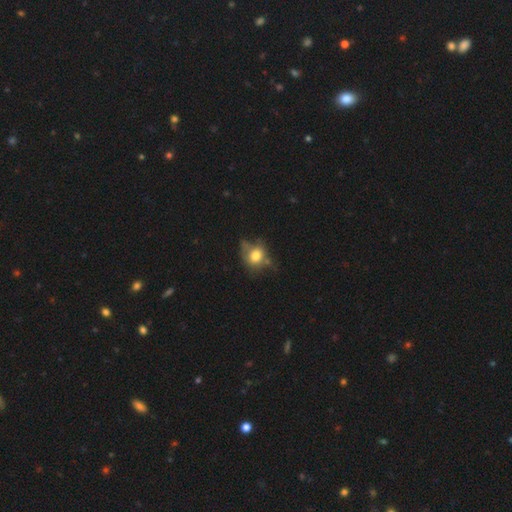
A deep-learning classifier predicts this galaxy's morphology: Smooth or featured? smooth (70%)
How rounded? round (61%)
Merging? none (45%)